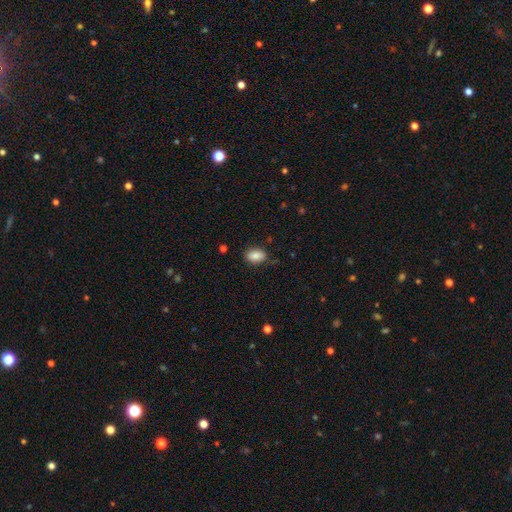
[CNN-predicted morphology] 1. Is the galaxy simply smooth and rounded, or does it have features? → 85% smooth, 8% star or artifact, 7% featured or disk.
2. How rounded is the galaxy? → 84% in between, 14% round, 1% cigar-shaped.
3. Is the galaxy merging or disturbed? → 79% none, 17% minor disturbance, 3% major disturbance, 2% merger.